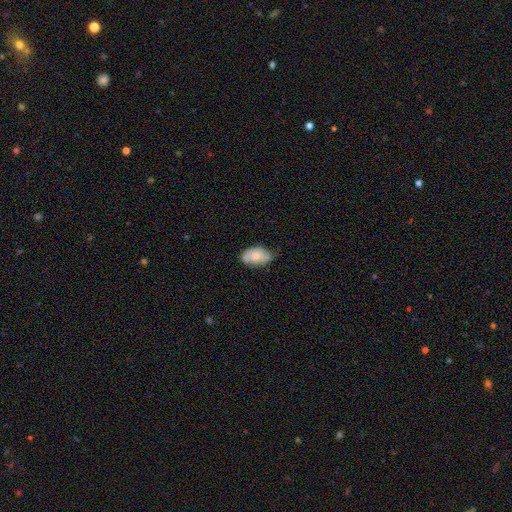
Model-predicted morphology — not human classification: This appears to be a smooth galaxy with no disk features (61%) that is in between round and cigar-shaped (90%). Merging: none (57%).